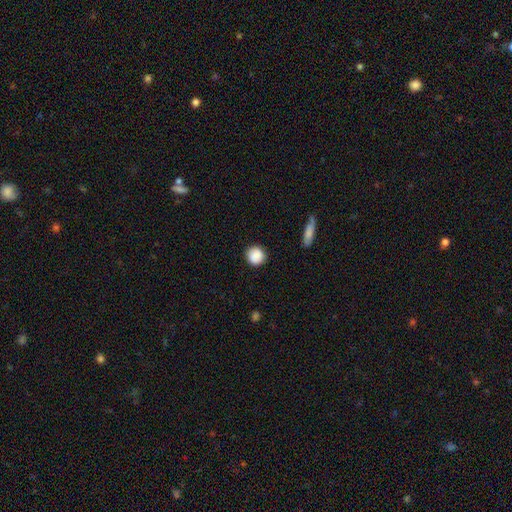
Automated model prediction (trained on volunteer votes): A smooth galaxy with no disk features (88%) that is round (92%).

Vote fractions:
- Smooth or featured? smooth: 88% / star or artifact: 8% / featured or disk: 4%
- How rounded? round: 92% / in between: 7% / cigar-shaped: 1%
- Merging? none: 88% / minor disturbance: 8% / major disturbance: 2% / merger: 1%